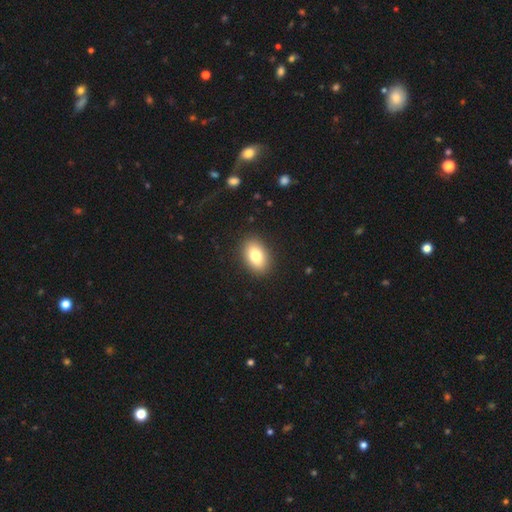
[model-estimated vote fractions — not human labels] Smooth or featured: smooth — 81% (featured or disk — 11%)
How rounded: in between — 88% (round — 11%)
Merging: none — 89% (minor disturbance — 7%)